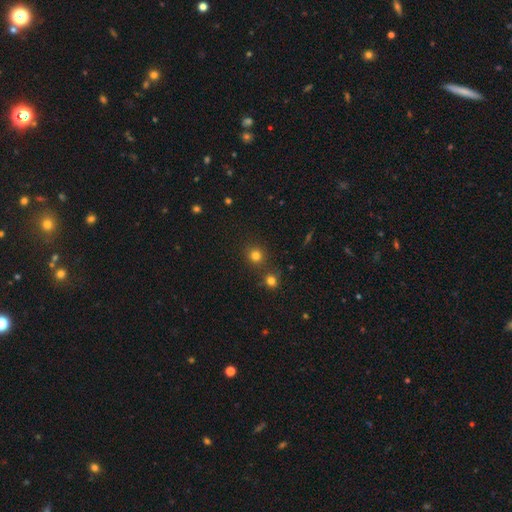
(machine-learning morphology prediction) Smooth or featured: smooth — 76% (star or artifact — 18%)
How rounded: round — 90% (in between — 9%)
Merging: none — 79% (merger — 11%)